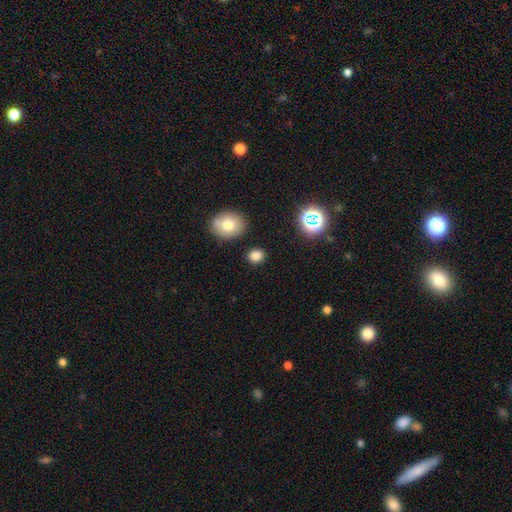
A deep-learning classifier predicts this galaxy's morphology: The model was most divided on "how rounded": round: 64%, in between: 35%, cigar-shaped: 1%. More confident: merging — none (86%); smooth or featured — smooth (80%).